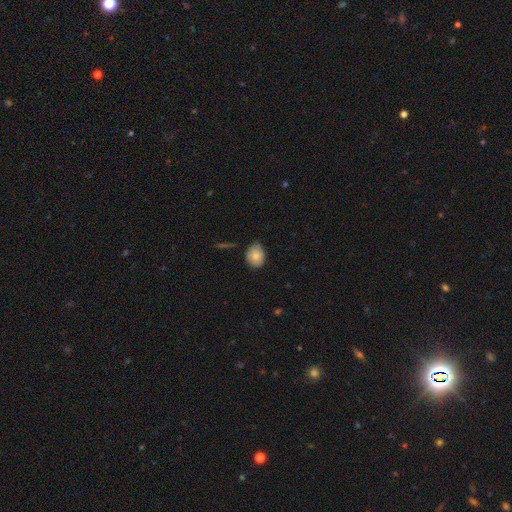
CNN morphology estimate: A smooth galaxy with no disk features (79%) that is in between round and cigar-shaped (54%).

Vote fractions:
- Smooth or featured? smooth: 79% / featured or disk: 14% / star or artifact: 7%
- How rounded? in between: 54% / round: 45% / cigar-shaped: 1%
- Merging? none: 67% / minor disturbance: 27% / major disturbance: 4% / merger: 2%